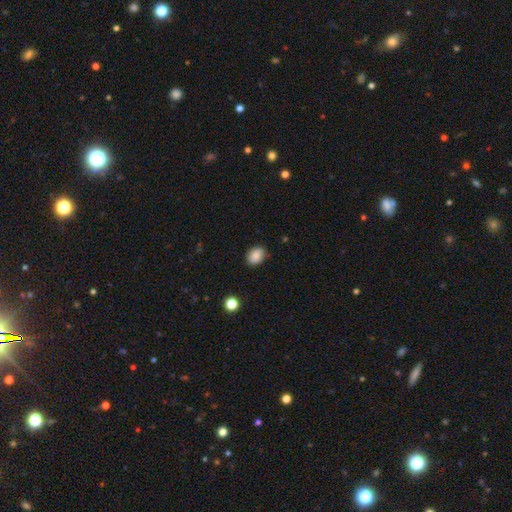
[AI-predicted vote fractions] Smooth or featured?
  - smooth: 86% *
  - star or artifact: 9%
  - featured or disk: 5%
How rounded?
  - in between: 69% *
  - round: 30%
  - cigar-shaped: 1%
Merging?
  - none: 80% *
  - minor disturbance: 16%
  - major disturbance: 3%
  - merger: 1%